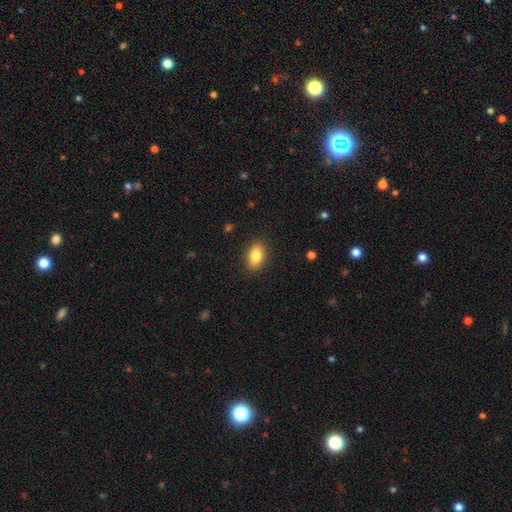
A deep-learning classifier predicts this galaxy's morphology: Smooth or featured: smooth — 84% (star or artifact — 8%)
How rounded: in between — 85% (round — 13%)
Merging: none — 88% (minor disturbance — 8%)